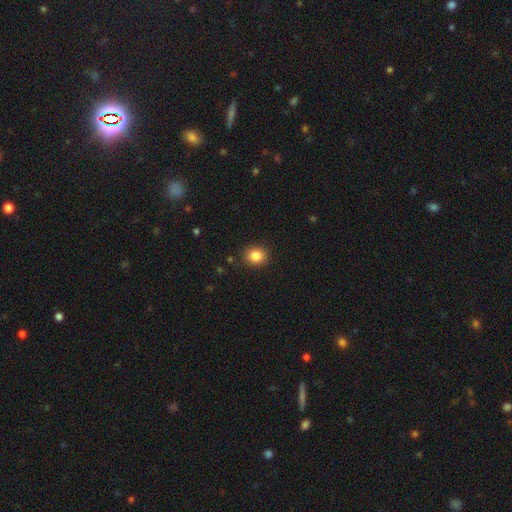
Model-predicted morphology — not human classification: smooth_or_featured: smooth (p=0.85) [alt: star or artifact p=0.10]
how_rounded: round (p=0.77) [alt: in between p=0.22]
merging: none (p=0.89) [alt: minor disturbance p=0.08]